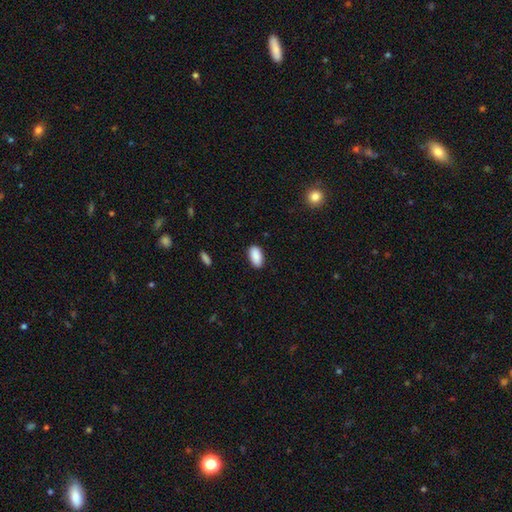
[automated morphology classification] Overall: smooth (90%). How rounded: in between (94%). Merging: none (87%).